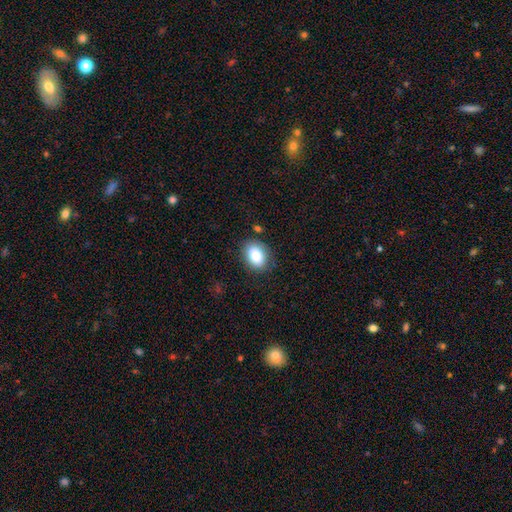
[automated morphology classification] Smooth or featured? Predicted: smooth (p=0.85). How rounded? Predicted: in between (p=0.77). Merging? Predicted: none (p=0.82).